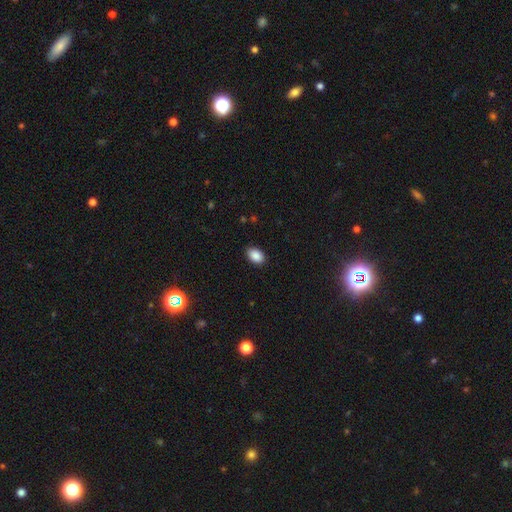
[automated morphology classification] This is clearly a smooth galaxy (89%). How rounded: clearly in between (85%). Merging: clearly none (88%).